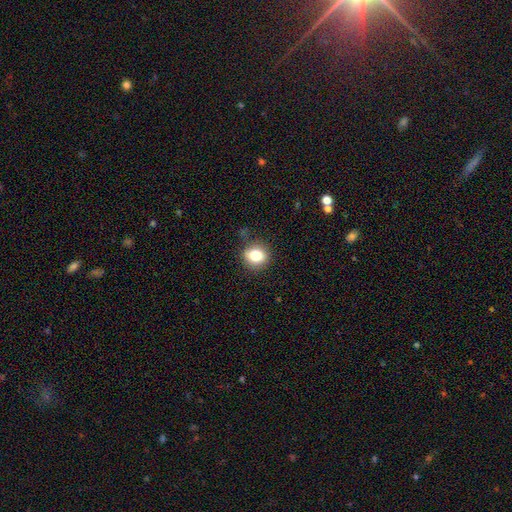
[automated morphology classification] type=smooth (80%); roundness=round (75%); merging=none (84%).